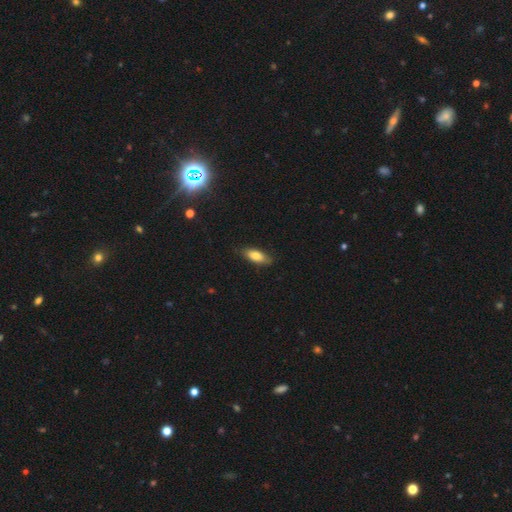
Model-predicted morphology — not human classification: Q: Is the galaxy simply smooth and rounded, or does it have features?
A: smooth — 79%.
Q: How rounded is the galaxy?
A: in between — 74%.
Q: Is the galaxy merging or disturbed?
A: none — 83%.